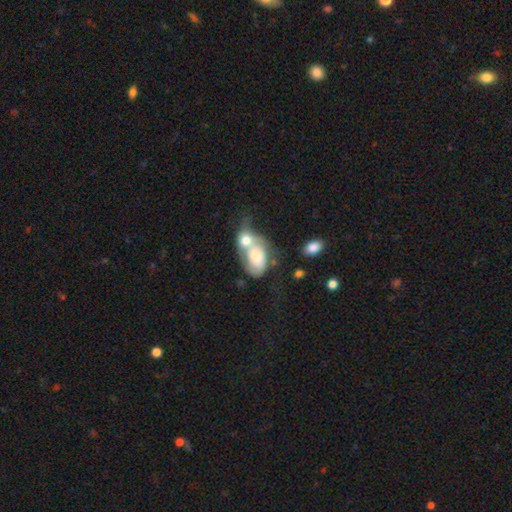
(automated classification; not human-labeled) This appears to be a smooth galaxy with no disk features (60%) that is in between round and cigar-shaped (85%). Merging: merger (70%).